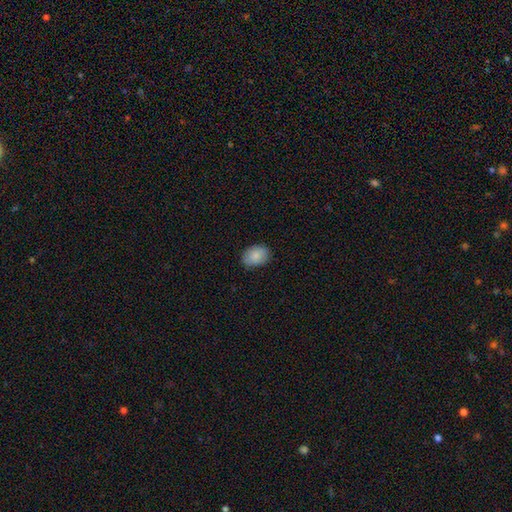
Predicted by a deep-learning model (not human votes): A smooth galaxy with no disk features (87%) that is in between round and cigar-shaped (77%).

Vote fractions:
- Smooth or featured? smooth: 87% / star or artifact: 7% / featured or disk: 6%
- How rounded? in between: 77% / round: 22% / cigar-shaped: 1%
- Merging? none: 84% / minor disturbance: 13% / major disturbance: 2% / merger: 1%